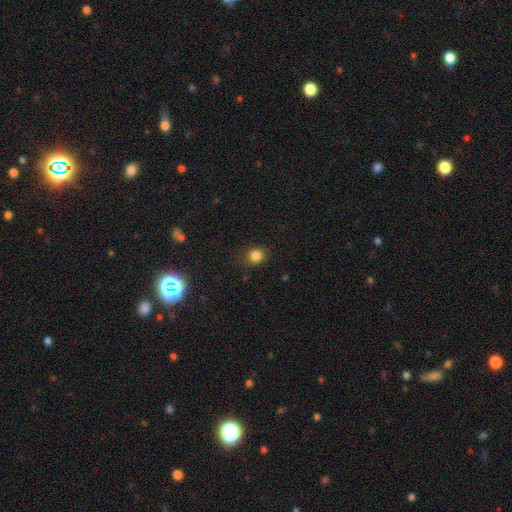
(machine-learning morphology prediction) Overall: smooth (82%). How rounded: round (82%). Merging: none (83%).